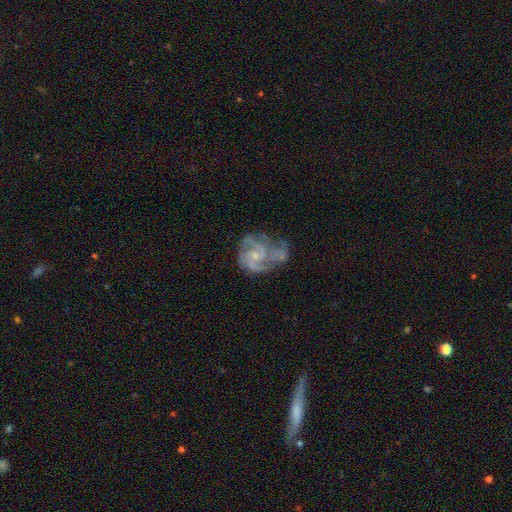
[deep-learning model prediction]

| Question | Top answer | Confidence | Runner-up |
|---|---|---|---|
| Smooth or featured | featured or disk | 87% | smooth (7%) |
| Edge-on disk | no | 98% | yes (2%) |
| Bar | no | 64% | weak (30%) |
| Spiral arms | yes | 96% | no (4%) |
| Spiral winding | medium | 50% | tight (39%) |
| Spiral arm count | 3 | 43% | 2 (29%) |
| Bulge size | small | 67% | moderate (24%) |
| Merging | none | 45% | minor disturbance (24%) |